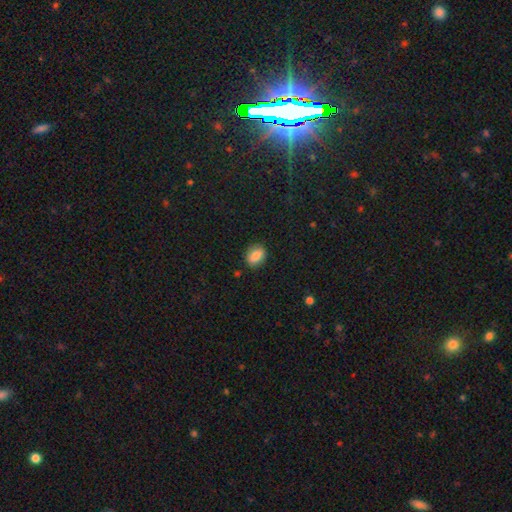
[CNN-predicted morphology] smooth 84%, star or artifact 8%, featured or disk 7%. Down the decision tree: how rounded — in between (68%); merging — none (86%).